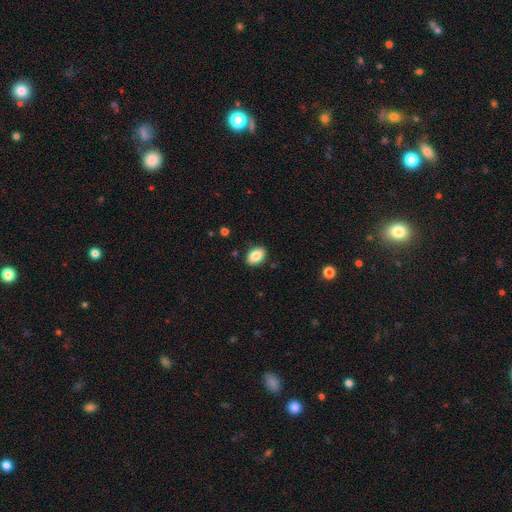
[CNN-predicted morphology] Smooth or featured: smooth — 86% (star or artifact — 8%)
How rounded: in between — 85% (round — 13%)
Merging: none — 87% (minor disturbance — 10%)